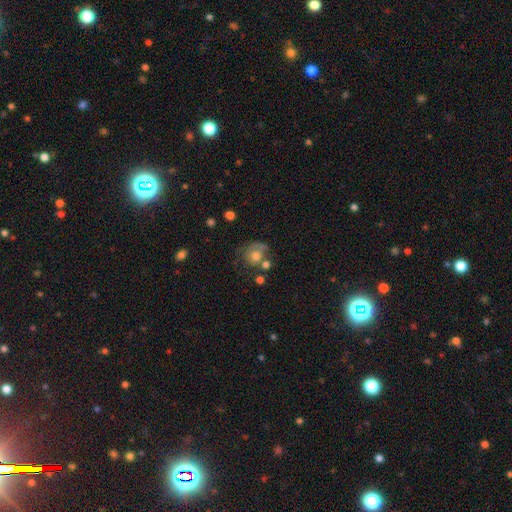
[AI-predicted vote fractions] smooth_or_featured: smooth (p=0.59) [alt: featured or disk p=0.31]
how_rounded: round (p=0.76) [alt: in between p=0.23]
merging: none (p=0.39) [alt: major disturbance p=0.22]